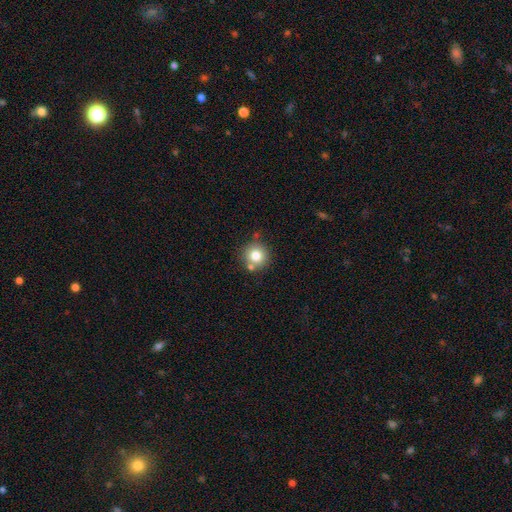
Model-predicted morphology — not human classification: A smooth galaxy with no disk features (78%) that is round (93%).

Vote fractions:
- Smooth or featured? smooth: 78% / star or artifact: 12% / featured or disk: 11%
- How rounded? round: 93% / in between: 6% / cigar-shaped: 1%
- Merging? none: 75% / merger: 12% / minor disturbance: 10% / major disturbance: 3%